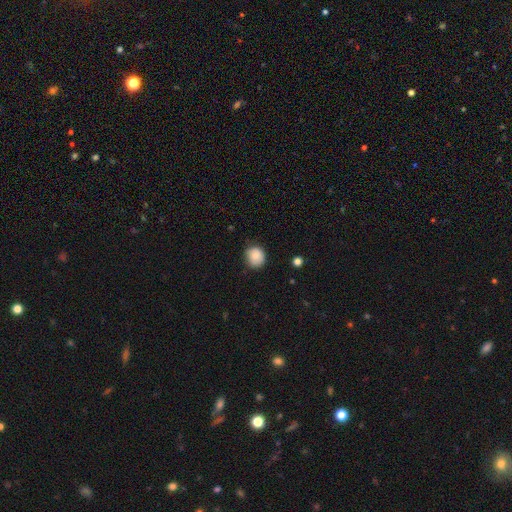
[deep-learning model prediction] This appears to be a smooth galaxy with no disk features (86%) that is round (83%). Merging: none (78%).